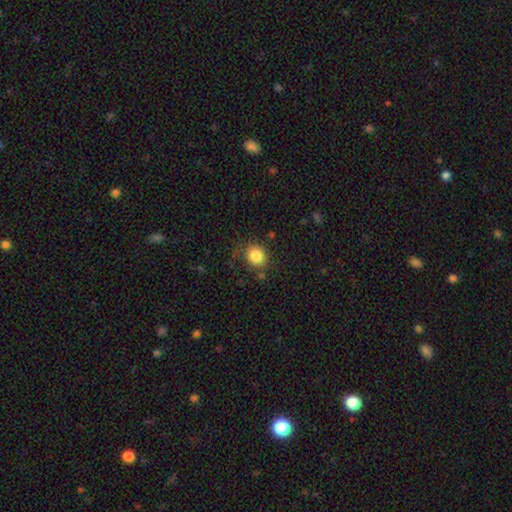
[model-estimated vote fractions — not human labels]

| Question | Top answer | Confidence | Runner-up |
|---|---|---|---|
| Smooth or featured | smooth | 84% | star or artifact (10%) |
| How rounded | round | 72% | in between (27%) |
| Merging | none | 78% | minor disturbance (14%) |